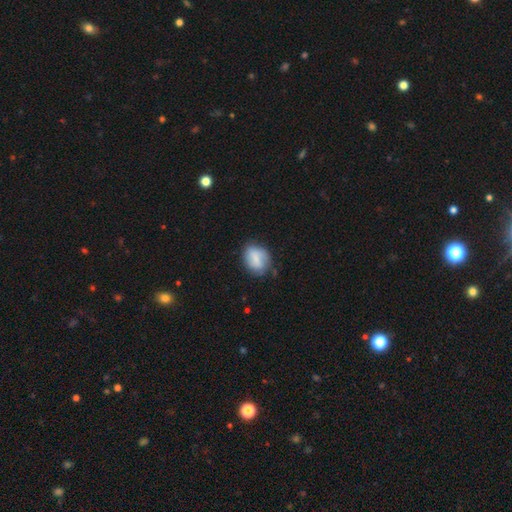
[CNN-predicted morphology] A smooth galaxy with no disk features (76%) that is in between round and cigar-shaped (65%).

Vote fractions:
- Smooth or featured? smooth: 76% / featured or disk: 17% / star or artifact: 7%
- How rounded? in between: 65% / round: 34% / cigar-shaped: 2%
- Merging? none: 65% / minor disturbance: 26% / major disturbance: 7% / merger: 3%